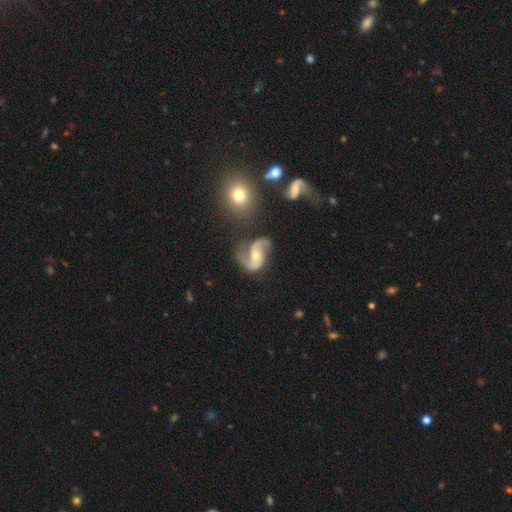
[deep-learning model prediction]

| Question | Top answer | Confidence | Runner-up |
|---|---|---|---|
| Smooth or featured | featured or disk | 88% | smooth (7%) |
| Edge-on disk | no | 98% | yes (2%) |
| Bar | no | 48% | weak (38%) |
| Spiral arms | yes | 97% | no (3%) |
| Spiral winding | loose | 55% | medium (37%) |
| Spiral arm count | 2 | 91% | 1 (3%) |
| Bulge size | moderate | 62% | small (32%) |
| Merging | none | 62% | minor disturbance (19%) |